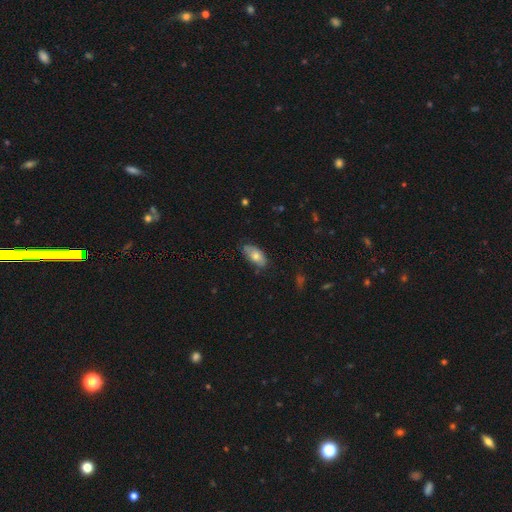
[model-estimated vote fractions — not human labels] smooth 71%, featured or disk 22%, star or artifact 7%. Down the decision tree: how rounded — in between (91%); merging — none (69%).